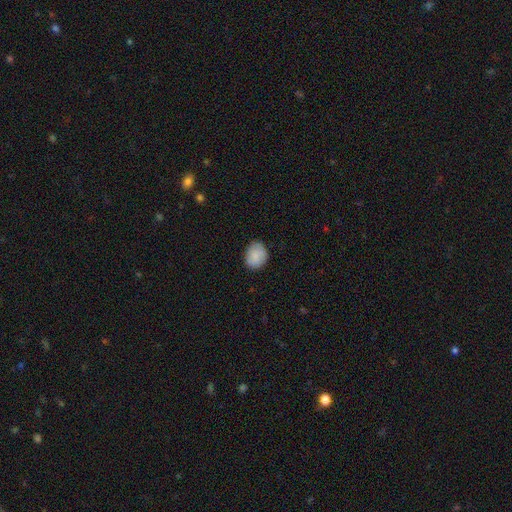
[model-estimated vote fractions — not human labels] This appears to be a smooth galaxy with no disk features (85%) that is round (54%). Merging: none (81%).